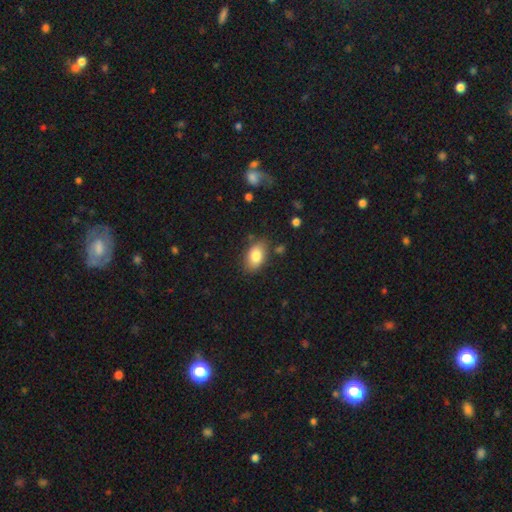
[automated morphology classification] Q: Smooth or featured?
A: smooth (82%); runner-up: featured or disk (11%)
Q: How rounded?
A: in between (89%); runner-up: round (9%)
Q: Merging?
A: none (79%); runner-up: minor disturbance (15%)